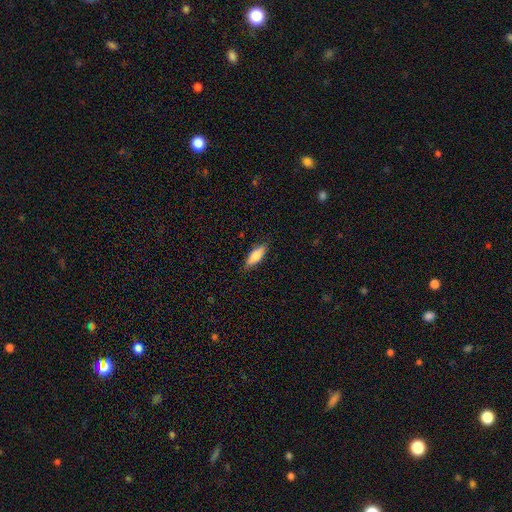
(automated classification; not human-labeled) Smooth or featured: smooth — 80% (featured or disk — 14%)
How rounded: in between — 70% (cigar-shaped — 28%)
Merging: none — 83% (minor disturbance — 13%)